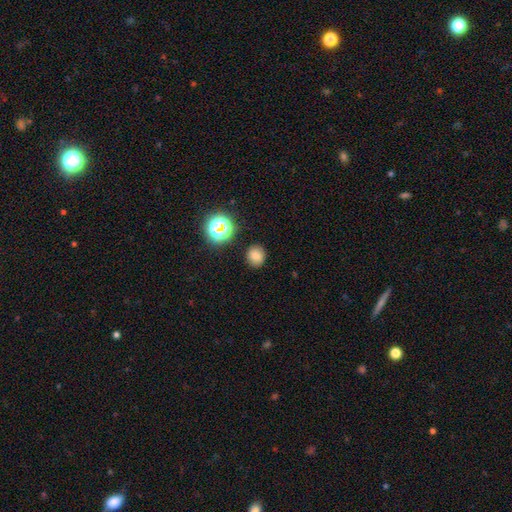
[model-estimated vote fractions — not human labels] smooth 77%, star or artifact 17%, featured or disk 7%. Down the decision tree: how rounded — round (81%); merging — none (88%).